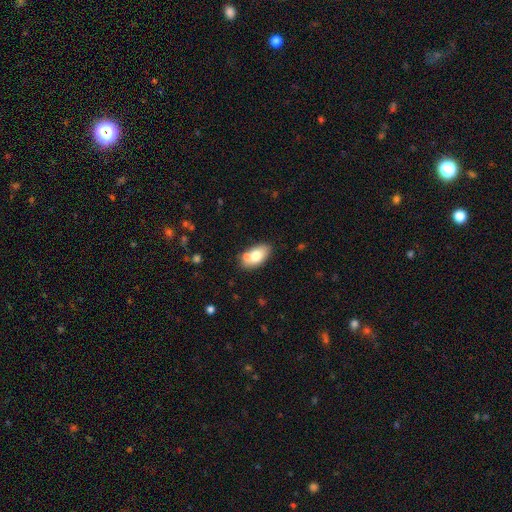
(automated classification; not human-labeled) Q: Smooth or featured?
A: smooth (72%); runner-up: featured or disk (21%)
Q: How rounded?
A: in between (90%); runner-up: round (7%)
Q: Merging?
A: none (61%); runner-up: merger (22%)